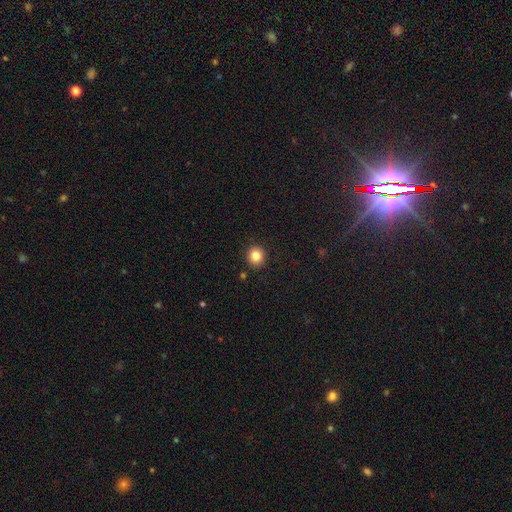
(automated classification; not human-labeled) Q: Smooth or featured?
A: smooth (84%); runner-up: star or artifact (11%)
Q: How rounded?
A: round (87%); runner-up: in between (12%)
Q: Merging?
A: none (91%); runner-up: minor disturbance (6%)